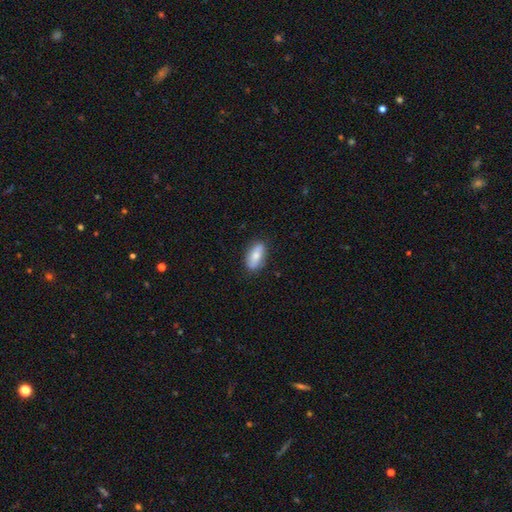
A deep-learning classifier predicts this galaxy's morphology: Smooth or featured? smooth (69%)
How rounded? in between (87%)
Merging? none (83%)